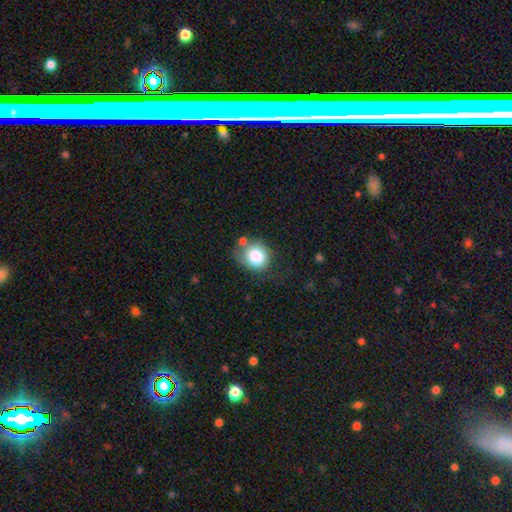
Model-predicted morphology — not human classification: Smooth or featured? smooth (81%)
How rounded? round (71%)
Merging? none (58%)